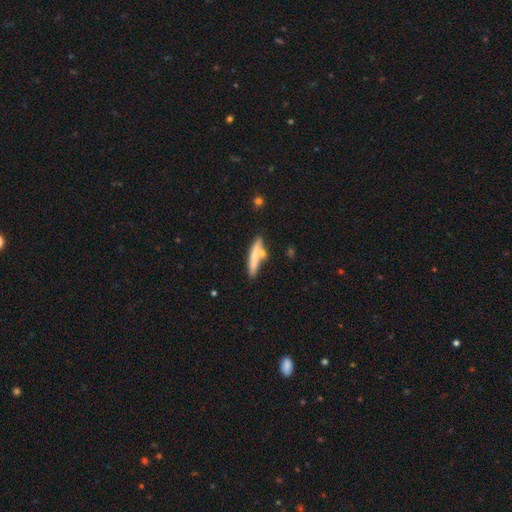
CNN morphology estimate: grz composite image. It shows a smooth galaxy with no disk features (63%) that is cigar-shaped (83%). Merging: none (55%).